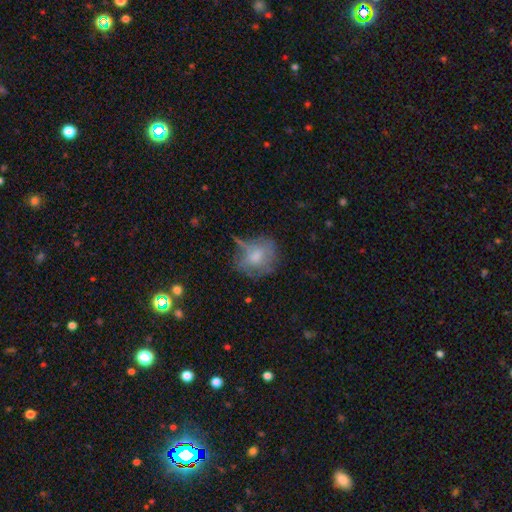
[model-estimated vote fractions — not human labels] The model was most divided on "how rounded": round: 57%, in between: 41%, cigar-shaped: 2%. Remaining: smooth or featured — smooth (61%); merging — none (47%).